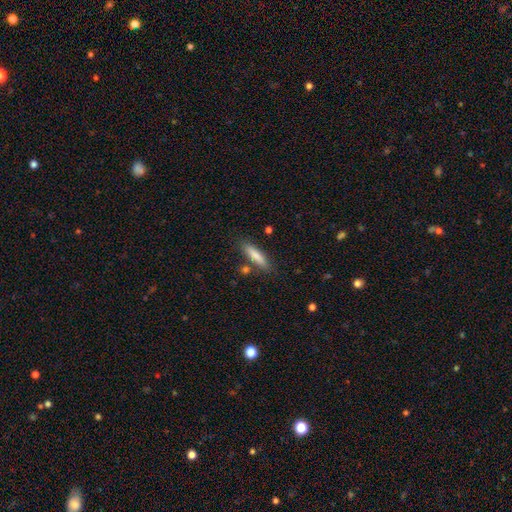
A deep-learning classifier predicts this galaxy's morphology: A smooth galaxy with no disk features (80%) that is cigar-shaped (76%). Merging: none (81%).